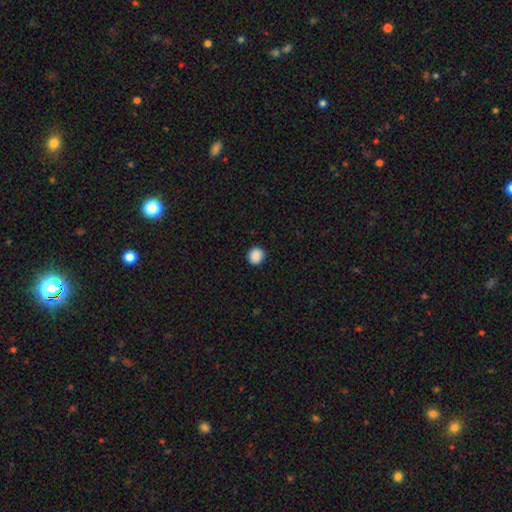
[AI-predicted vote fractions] Overall: smooth (89%). How rounded: round (89%). Merging: none (91%).